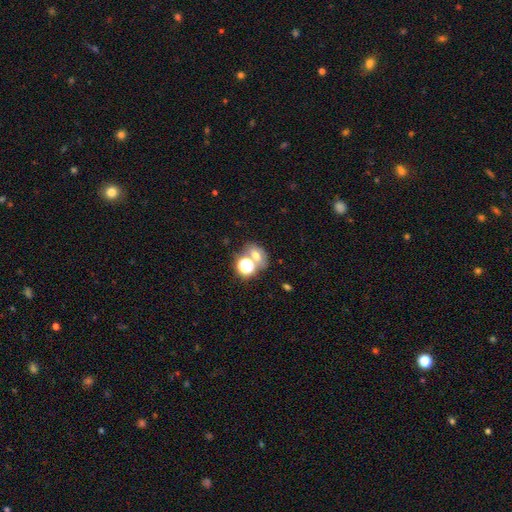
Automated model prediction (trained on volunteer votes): Smooth or featured? Predicted: smooth (p=0.59). How rounded? Predicted: in between (p=0.55). Merging? Predicted: none (p=0.50).